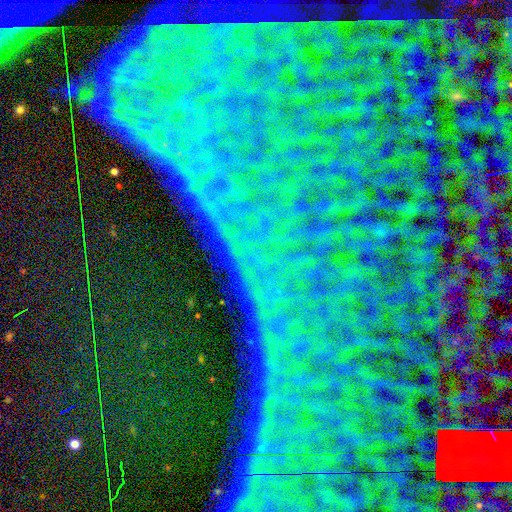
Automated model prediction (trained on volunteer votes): This appears to be a star or artifact, not a galaxy (84%).